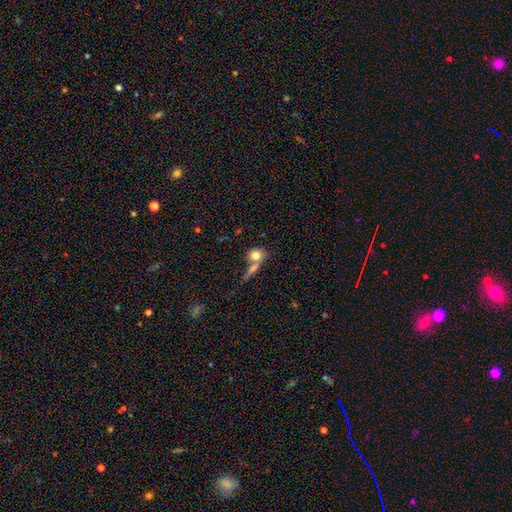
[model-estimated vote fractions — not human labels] A smooth galaxy with no disk features (77%) that is round (60%). Merging: none (44%).